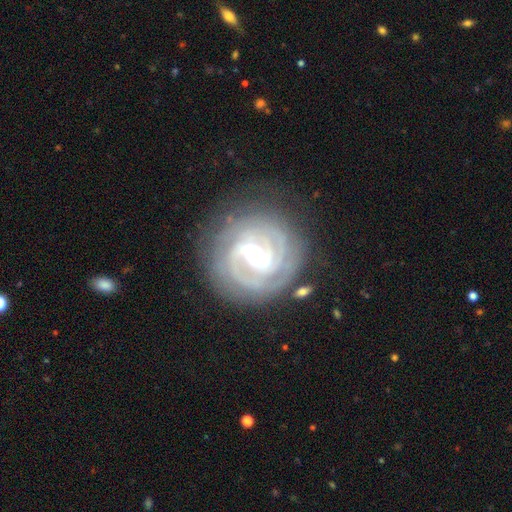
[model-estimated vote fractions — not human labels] Smooth or featured? featured or disk (90%)
Edge-on disk? no (97%)
Bar? weak (52%)
Spiral arms? yes (98%)
Spiral winding? tight (71%)
Spiral arm count? 2 (37%)
Bulge size? moderate (58%)
Merging? none (80%)